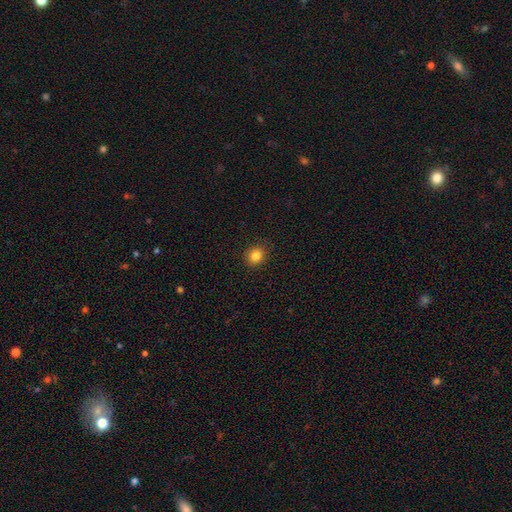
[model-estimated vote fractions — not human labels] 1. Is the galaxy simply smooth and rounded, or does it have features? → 84% smooth, 11% star or artifact, 5% featured or disk.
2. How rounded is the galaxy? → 85% round, 14% in between, 1% cigar-shaped.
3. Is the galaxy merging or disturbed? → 90% none, 7% minor disturbance, 2% major disturbance, 1% merger.